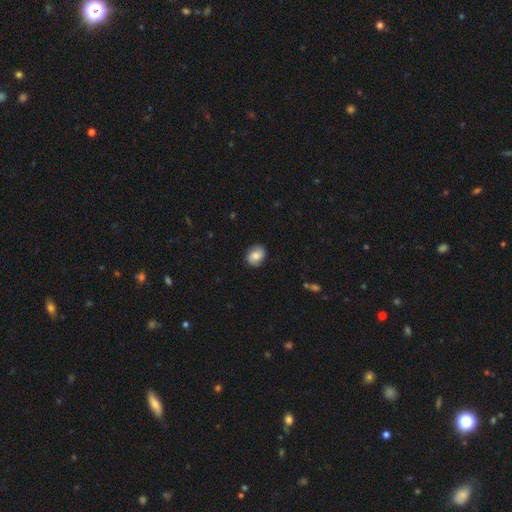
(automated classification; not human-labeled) Smooth or featured? smooth (70%)
How rounded? in between (52%)
Merging? none (84%)